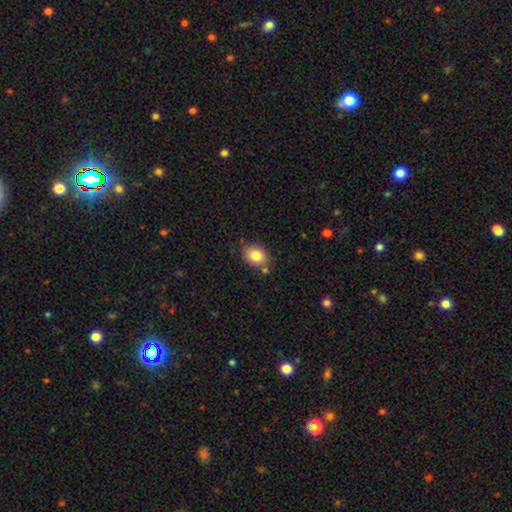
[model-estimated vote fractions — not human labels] smooth 83%, star or artifact 9%, featured or disk 8%. Down the decision tree: how rounded — in between (63%); merging — none (77%).